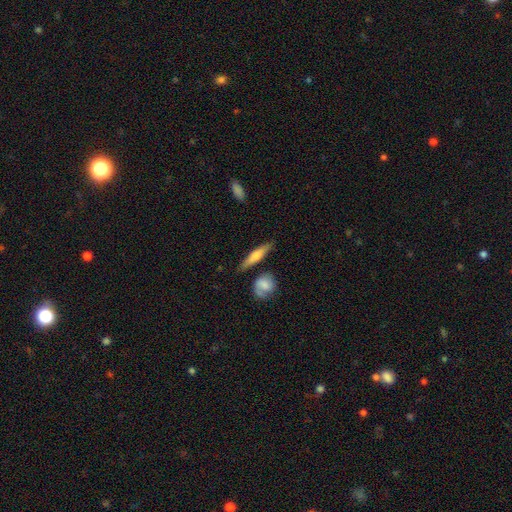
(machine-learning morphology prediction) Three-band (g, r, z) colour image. It shows a smooth galaxy with no disk features (56%) that is cigar-shaped (79%). Merging: none (80%).